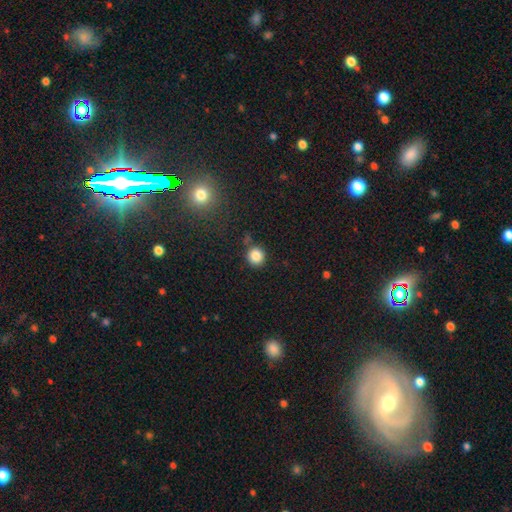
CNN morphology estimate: This appears to be a smooth galaxy with no disk features (84%) that is round (91%). Merging: none (79%).